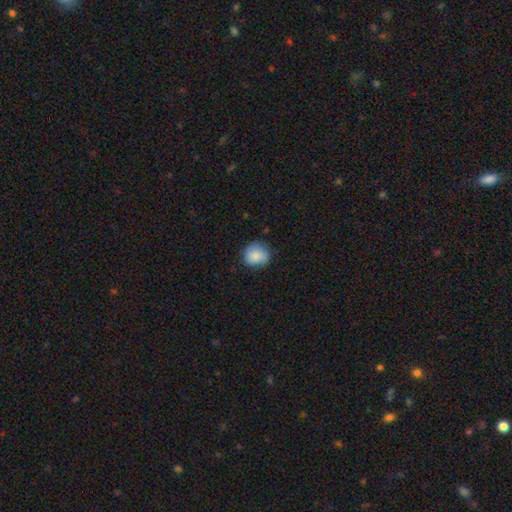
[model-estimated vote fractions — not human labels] A smooth galaxy with no disk features (86%) that is round (83%). Merging: none (75%).